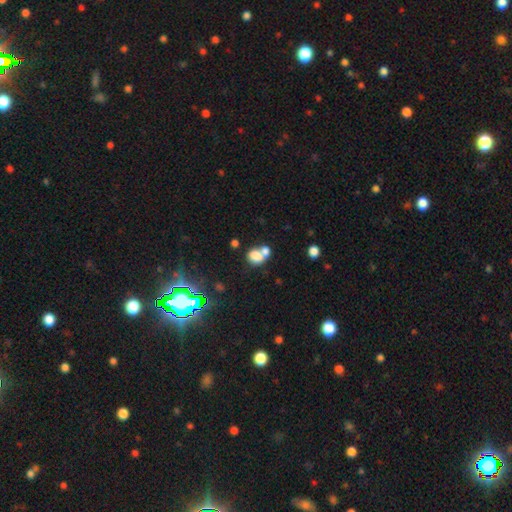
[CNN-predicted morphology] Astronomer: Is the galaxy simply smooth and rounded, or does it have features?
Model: smooth — 76%.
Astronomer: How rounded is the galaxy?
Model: in between — 52% (runner-up: round, 47%).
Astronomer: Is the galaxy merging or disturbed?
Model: merger — 57%.